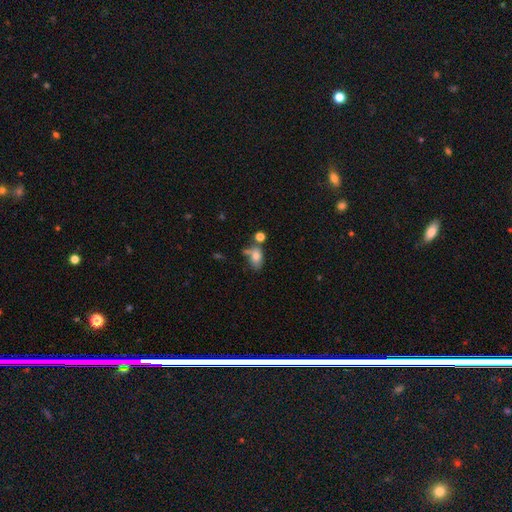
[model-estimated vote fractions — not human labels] Smooth or featured? Predicted: smooth (p=0.74). How rounded? Predicted: in between (p=0.81). Merging? Predicted: none (p=0.39).